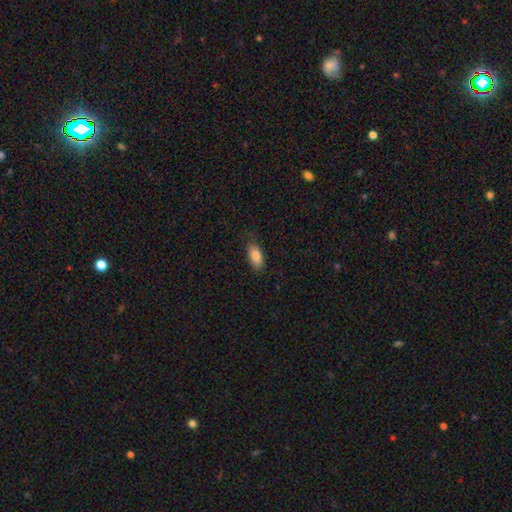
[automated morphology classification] The model was most divided on "merging": none: 79%, minor disturbance: 17%, major disturbance: 3%, merger: 1%. More confident: how rounded — in between (89%); smooth or featured — smooth (83%).